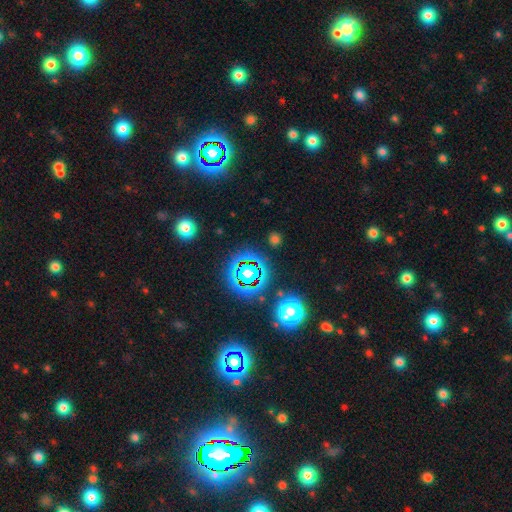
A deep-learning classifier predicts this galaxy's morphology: smooth_or_featured: star or artifact (p=0.78) [alt: smooth p=0.15]